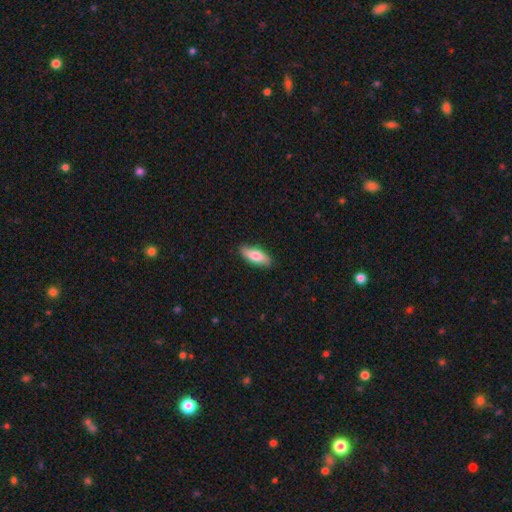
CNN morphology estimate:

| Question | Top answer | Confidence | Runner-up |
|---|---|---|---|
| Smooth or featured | smooth | 76% | featured or disk (19%) |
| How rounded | in between | 69% | cigar-shaped (29%) |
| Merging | none | 87% | minor disturbance (10%) |